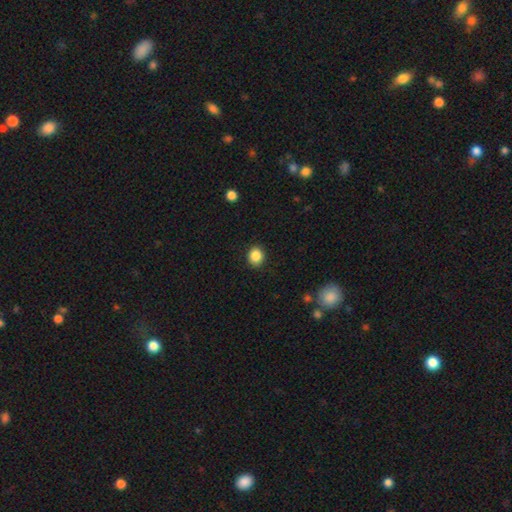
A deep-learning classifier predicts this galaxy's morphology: A smooth galaxy with no disk features (87%) that is round (70%). Merging: none (90%).